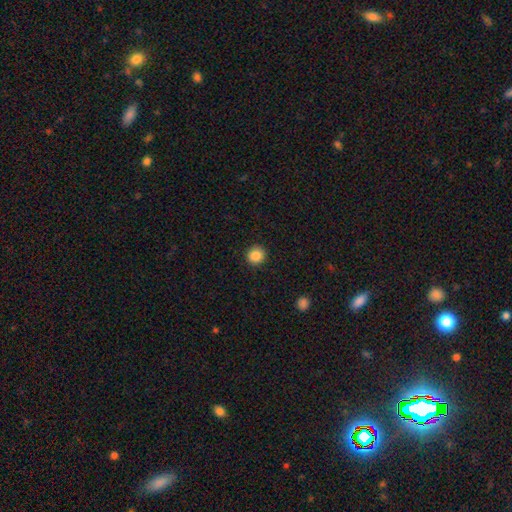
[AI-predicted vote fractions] A smooth galaxy with no disk features (86%) that is round (91%).

Vote fractions:
- Smooth or featured? smooth: 86% / star or artifact: 10% / featured or disk: 4%
- How rounded? round: 91% / in between: 8% / cigar-shaped: 1%
- Merging? none: 92% / minor disturbance: 5% / major disturbance: 2% / merger: 1%